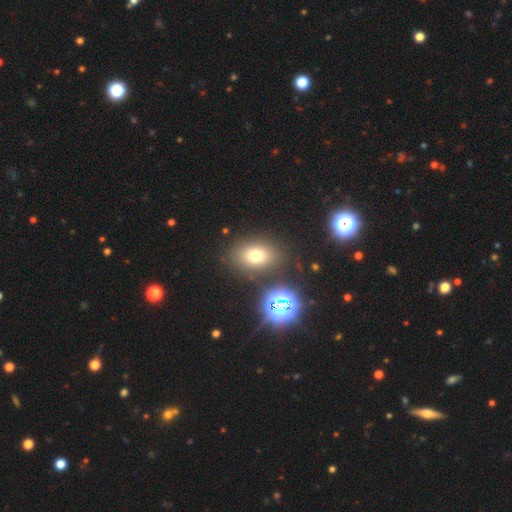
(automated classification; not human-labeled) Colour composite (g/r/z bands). It shows a smooth galaxy with no disk features (68%) that is in between round and cigar-shaped (68%). Merging: none (82%).